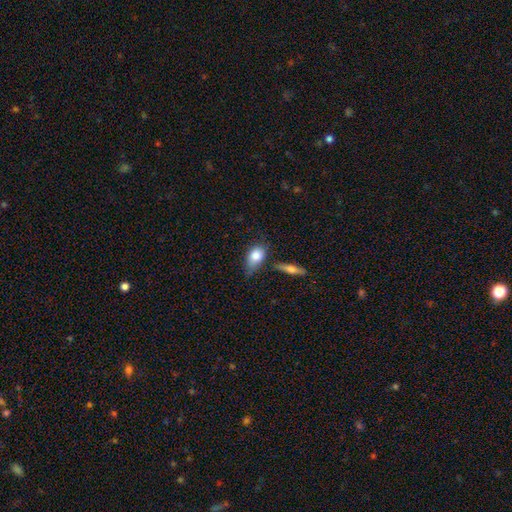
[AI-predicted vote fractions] This is clearly a smooth galaxy (80%). How rounded: clearly in between (81%). Merging: possibly none (49%).